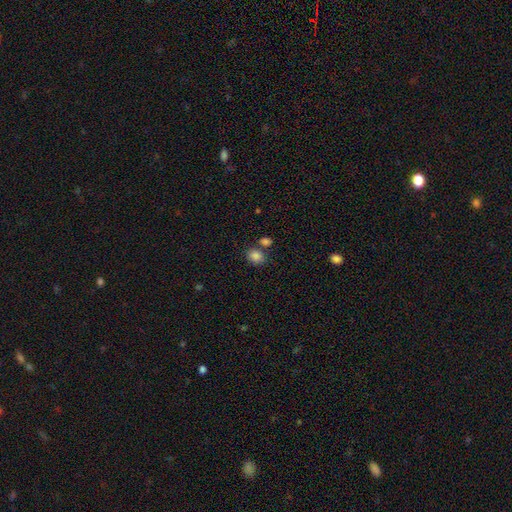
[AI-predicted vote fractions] A smooth galaxy with no disk features (85%) that is round (53%). Merging: none (64%).